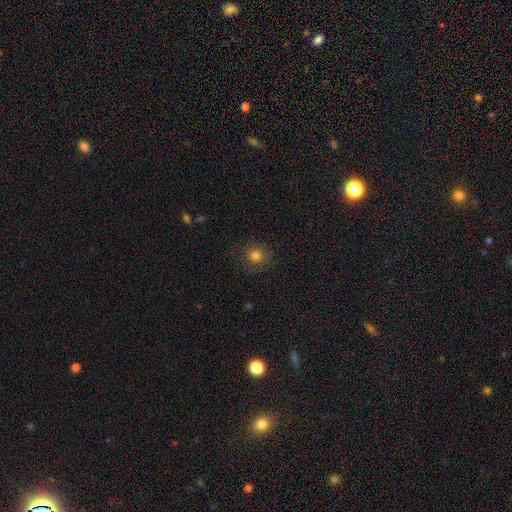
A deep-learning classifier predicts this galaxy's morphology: smooth 79%, star or artifact 13%, featured or disk 8%. Down the decision tree: how rounded — round (88%); merging — none (83%).